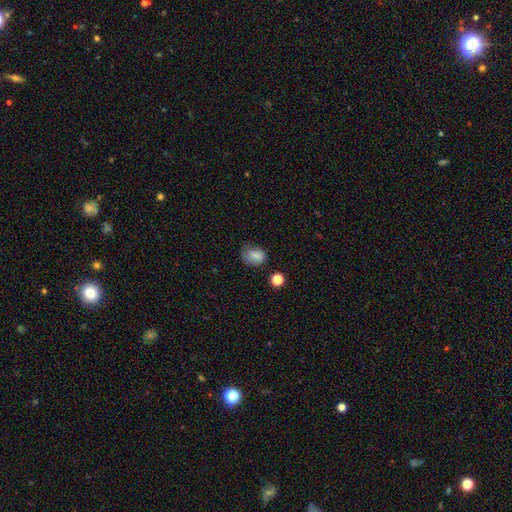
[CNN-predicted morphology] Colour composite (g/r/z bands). It shows a smooth galaxy with no disk features (79%) that is in between round and cigar-shaped (65%). Merging: none (57%).